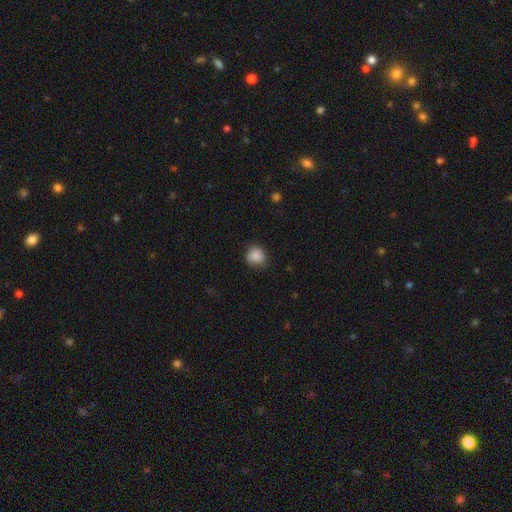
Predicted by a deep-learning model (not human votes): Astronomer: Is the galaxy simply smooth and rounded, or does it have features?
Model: smooth — 84%.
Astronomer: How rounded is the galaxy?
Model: round — 80%.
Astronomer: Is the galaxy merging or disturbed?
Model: none — 75%.